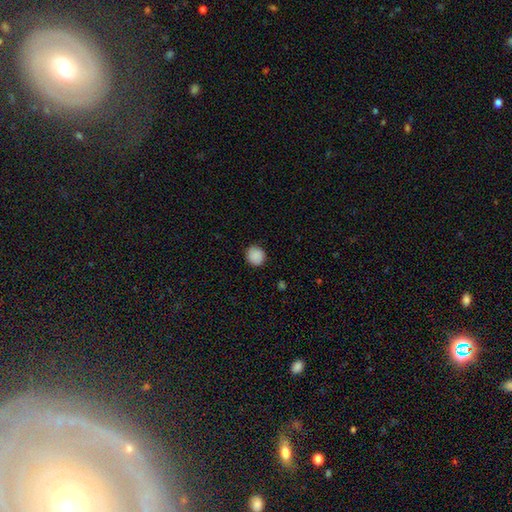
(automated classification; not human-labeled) Smooth or featured: smooth — 89% (star or artifact — 8%)
How rounded: round — 87% (in between — 12%)
Merging: none — 88% (minor disturbance — 9%)